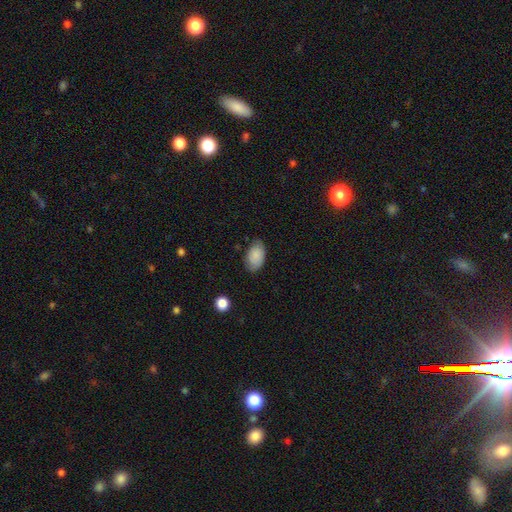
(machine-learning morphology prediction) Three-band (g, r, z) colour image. It shows a smooth galaxy with no disk features (87%) that is in between round and cigar-shaped (93%). Merging: none (77%).